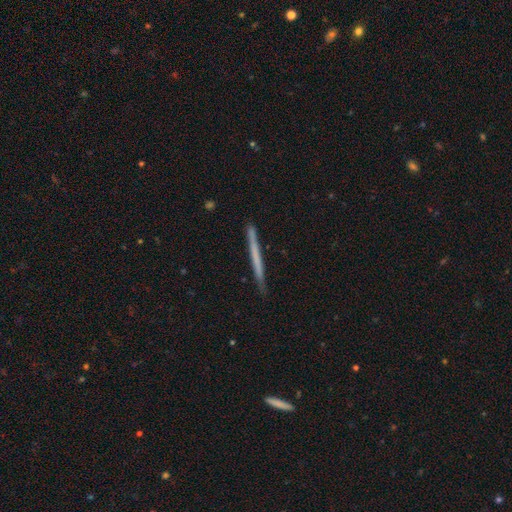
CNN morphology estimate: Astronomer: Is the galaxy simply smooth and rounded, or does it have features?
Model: smooth — 50% (runner-up: featured or disk, 44%).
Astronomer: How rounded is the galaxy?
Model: cigar-shaped — 97%.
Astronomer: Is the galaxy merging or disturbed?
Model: none — 88%.